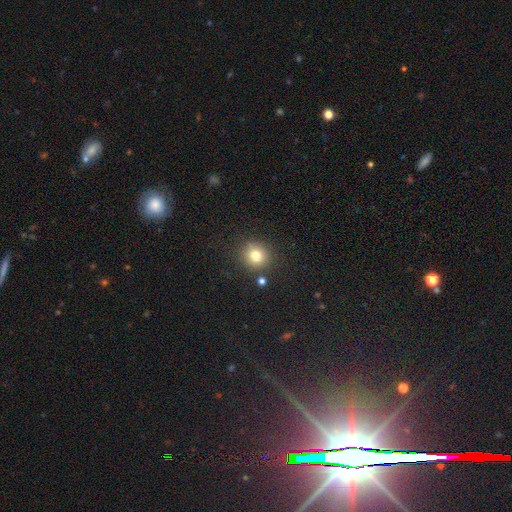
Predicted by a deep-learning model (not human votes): Smooth or featured?
  - smooth: 79% *
  - star or artifact: 13%
  - featured or disk: 8%
How rounded?
  - round: 89% *
  - in between: 10%
  - cigar-shaped: 1%
Merging?
  - none: 84% *
  - minor disturbance: 8%
  - merger: 5%
  - major disturbance: 3%